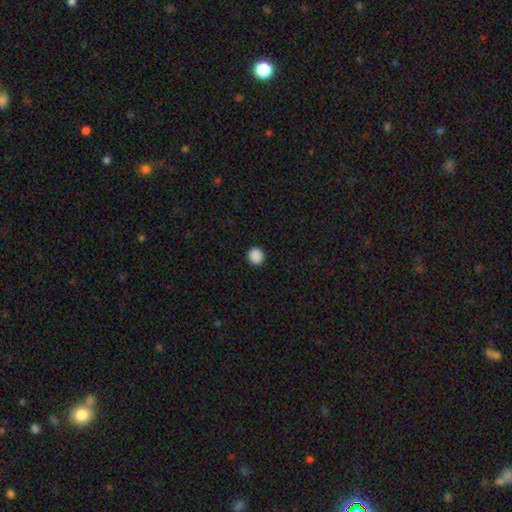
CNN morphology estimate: Smooth or featured? smooth (89%)
How rounded? round (92%)
Merging? none (93%)